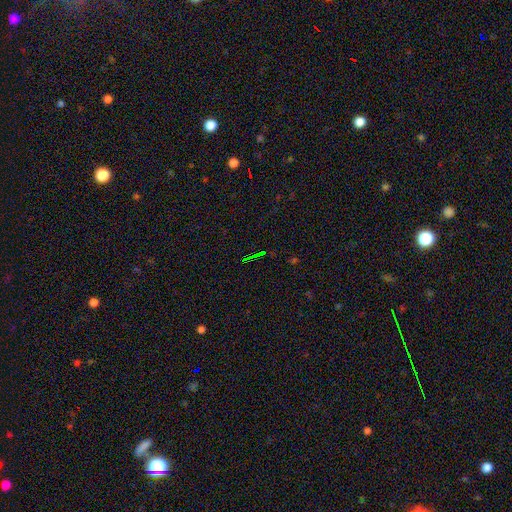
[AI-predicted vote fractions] smooth-or-featured: star or artifact: 74% | smooth: 13% | featured or disk: 13%